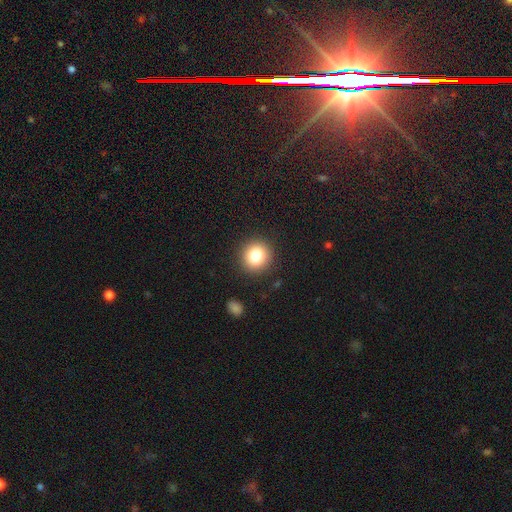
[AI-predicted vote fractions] smooth 82%, star or artifact 11%, featured or disk 7%. Down the decision tree: how rounded — round (92%); merging — none (90%).